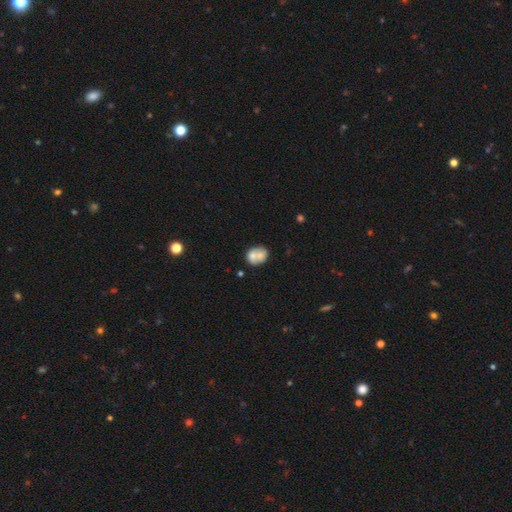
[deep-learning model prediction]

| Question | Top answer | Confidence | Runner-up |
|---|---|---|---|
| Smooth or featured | smooth | 67% | featured or disk (25%) |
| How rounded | in between | 52% | round (47%) |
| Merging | merger | 43% | none (37%) |